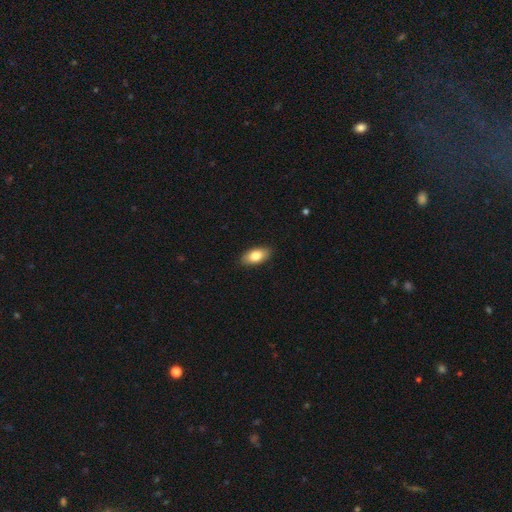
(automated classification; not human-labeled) This appears to be a smooth galaxy with no disk features (81%) that is in between round and cigar-shaped (91%). Merging: none (89%).